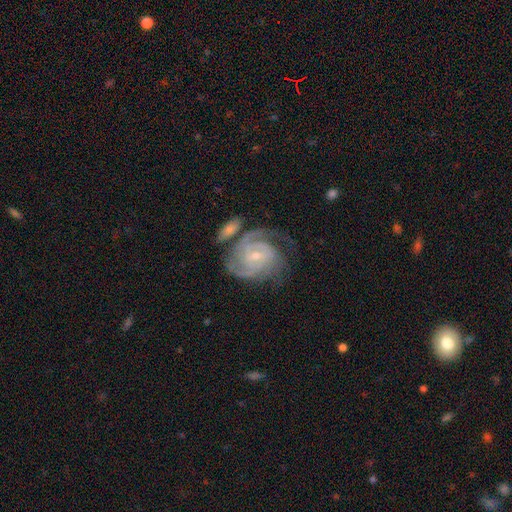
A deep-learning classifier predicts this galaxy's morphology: The model was most divided on "spiral arm count": 3: 31%, 2: 25%, can't tell: 22%, 4: 11%, 1: 6%, more than 4: 5%. Remaining: edge-on disk — no (97%); spiral arms — yes (97%); smooth or featured — featured or disk (87%); bulge size — small (71%); spiral winding — tight (63%); merging — none (52%); bar — no (49%).